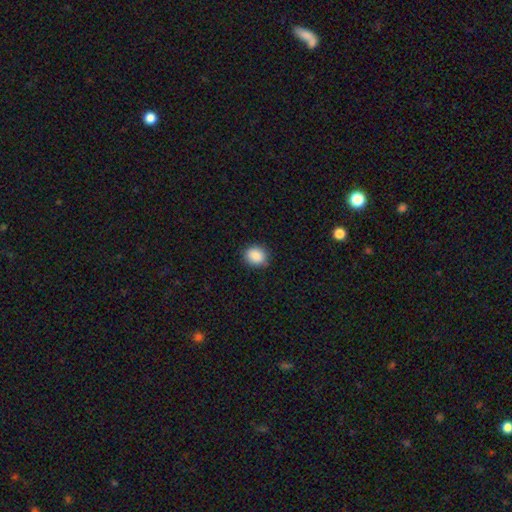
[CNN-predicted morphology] Overall: smooth (89%). How rounded: round (74%). Merging: none (86%).